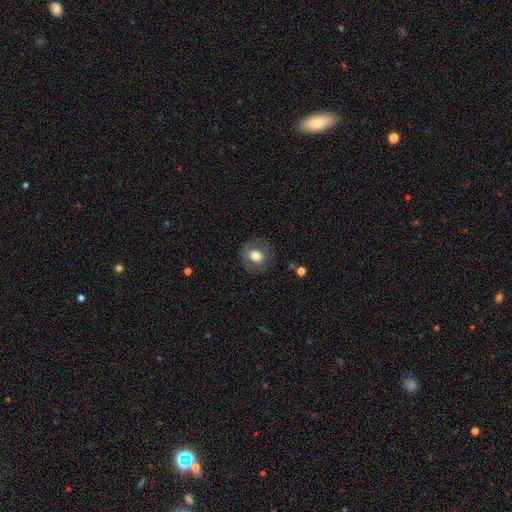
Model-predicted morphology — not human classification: smooth 68%, featured or disk 24%, star or artifact 8%. Down the decision tree: how rounded — round (76%); merging — none (82%).